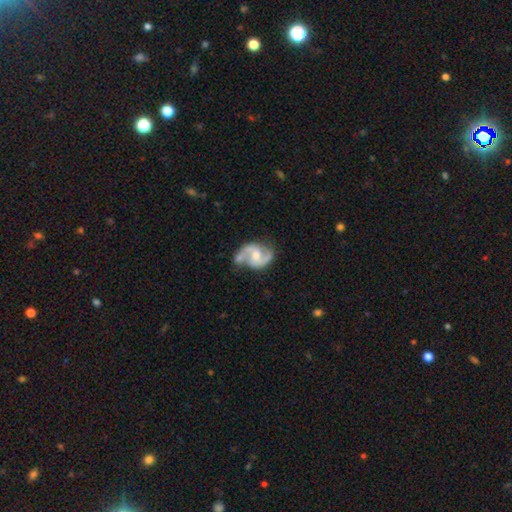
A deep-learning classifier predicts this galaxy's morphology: Overall: featured or disk (86%). Edge-on disk: no (98%). Bar: weak (47%; no 41%). Spiral arms: yes (96%). Spiral arm count: 2 (92%). Spiral winding: medium (57%; loose 27%). Bulge size: moderate (59%; small 30%). Merging: none (57%; minor disturbance 21%).